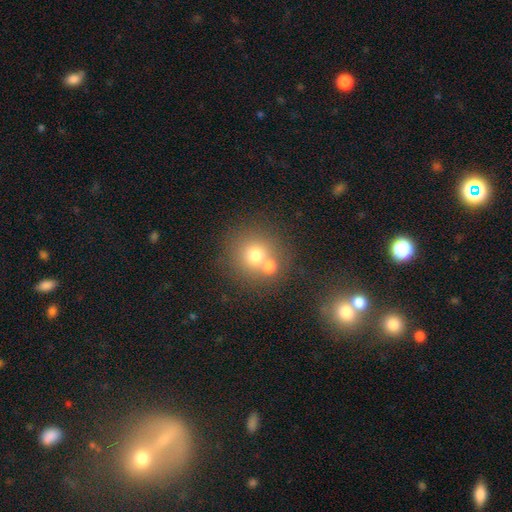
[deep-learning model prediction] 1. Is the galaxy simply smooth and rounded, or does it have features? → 69% smooth, 16% featured or disk, 15% star or artifact.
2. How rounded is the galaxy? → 89% round, 10% in between, 1% cigar-shaped.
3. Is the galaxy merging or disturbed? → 51% none, 39% merger, 7% minor disturbance, 4% major disturbance.